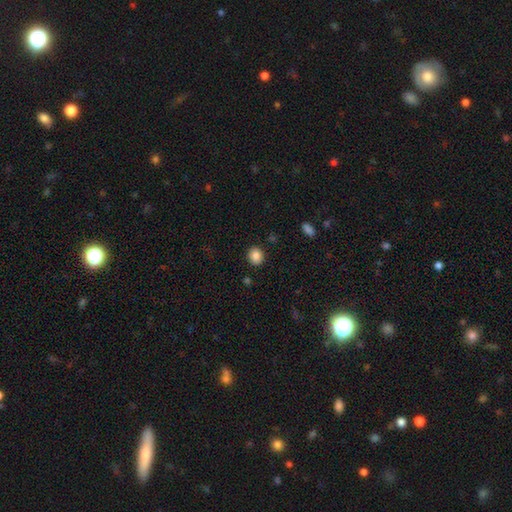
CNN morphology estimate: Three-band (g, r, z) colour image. It shows a smooth galaxy with no disk features (86%) that is round (71%). Merging: none (90%).